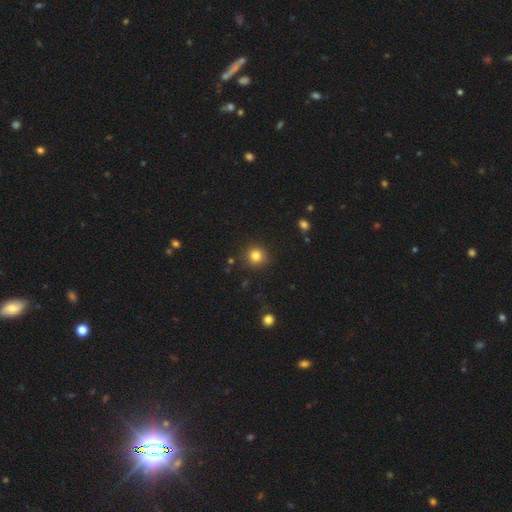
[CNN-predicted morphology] The model was most divided on "smooth or featured": smooth: 82%, star or artifact: 12%, featured or disk: 6%. More confident: how rounded — round (92%); merging — none (88%).